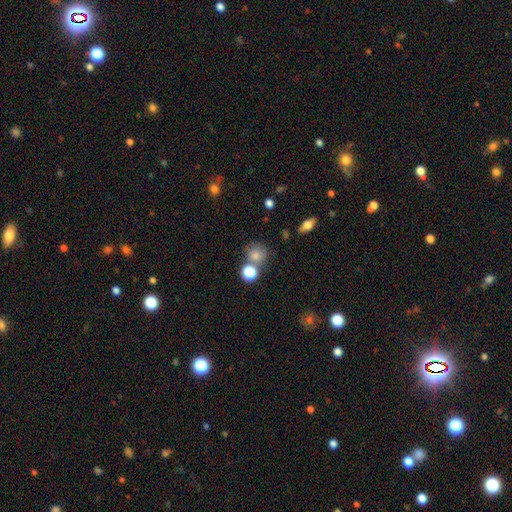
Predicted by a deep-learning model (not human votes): smooth-or-featured: smooth: 77% | star or artifact: 14% | featured or disk: 9%
  how-rounded: round: 83% | in between: 16% | cigar-shaped: 1%
  merging: none: 59% | merger: 24% | minor disturbance: 12% | major disturbance: 5%